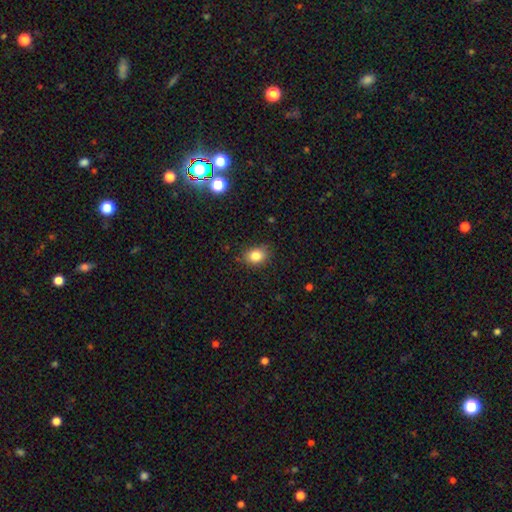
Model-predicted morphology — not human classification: This appears to be a smooth galaxy with no disk features (83%) that is in between round and cigar-shaped (56%). Merging: none (81%).